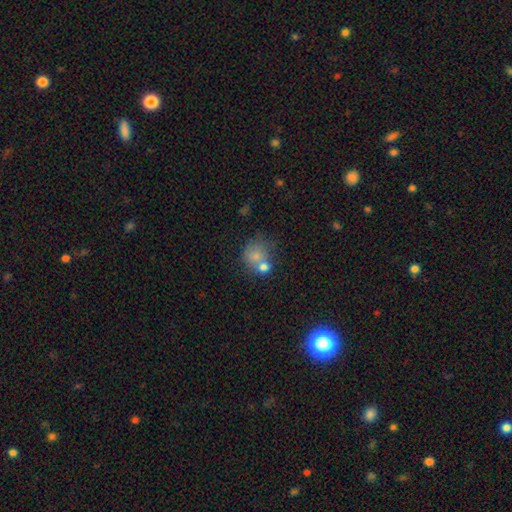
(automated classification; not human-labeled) Q: Smooth or featured?
A: smooth (71%); runner-up: featured or disk (17%)
Q: How rounded?
A: round (72%); runner-up: in between (27%)
Q: Merging?
A: merger (46%); runner-up: none (33%)